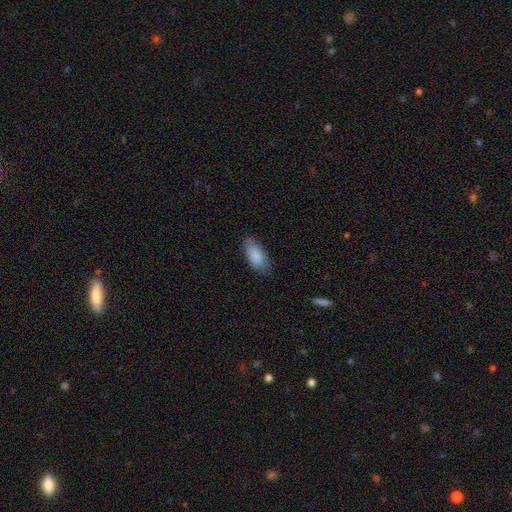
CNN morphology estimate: A smooth galaxy with no disk features (87%) that is in between round and cigar-shaped (88%).

Vote fractions:
- Smooth or featured? smooth: 87% / featured or disk: 7% / star or artifact: 6%
- How rounded? in between: 88% / cigar-shaped: 11% / round: 2%
- Merging? none: 74% / minor disturbance: 20% / major disturbance: 4% / merger: 1%